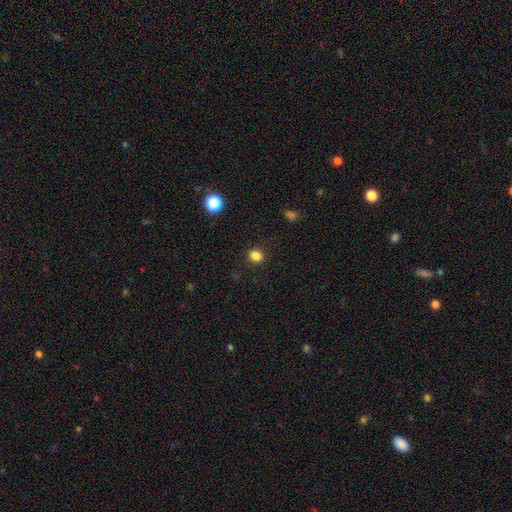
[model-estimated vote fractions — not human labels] Smooth or featured? Predicted: smooth (p=0.84). How rounded? Predicted: round (p=0.54). Merging? Predicted: none (p=0.85).